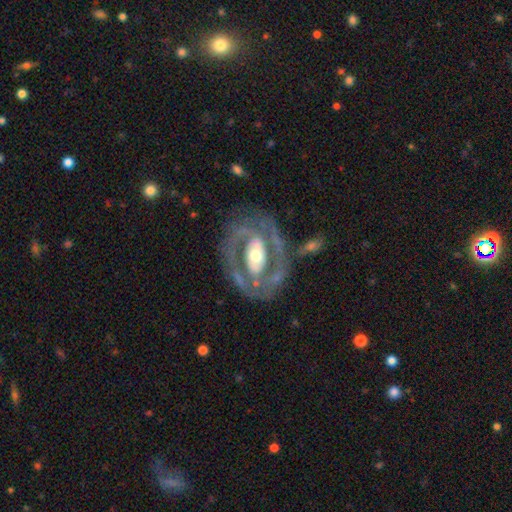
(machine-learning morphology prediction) This is clearly a featured or disk galaxy (82%). It is clearly not viewed edge-on (95%). Bar: marginally no (42%). Spiral arm pattern: likely yes (62%). Central bulge: likely moderate (64%). Merging: likely none (68%).